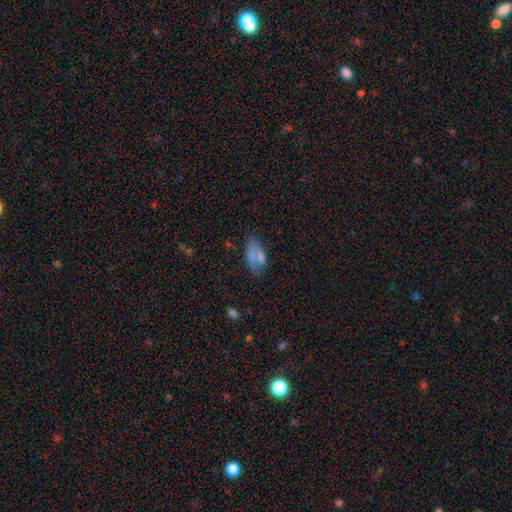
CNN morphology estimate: This is likely a smooth galaxy (66%). How rounded: clearly in between (90%). Merging: possibly none (55%).